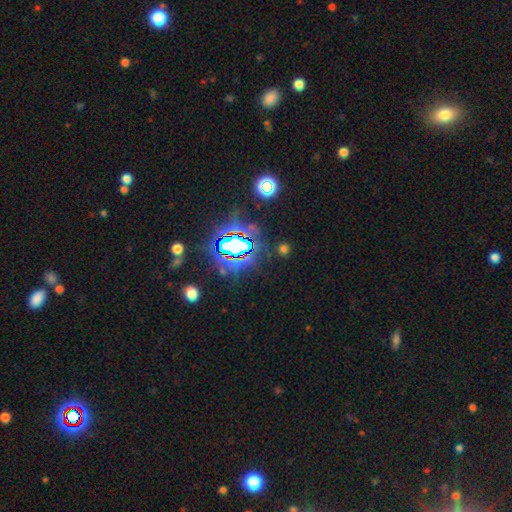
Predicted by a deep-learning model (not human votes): Morphology: type=star or artifact (82%).